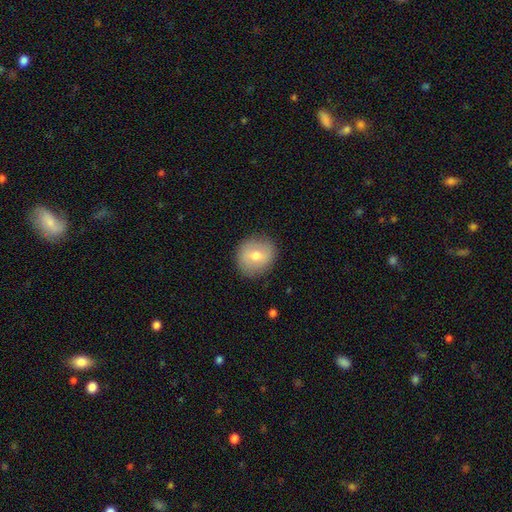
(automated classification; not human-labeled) smooth_or_featured: smooth (p=0.63) [alt: featured or disk p=0.28]
how_rounded: round (p=0.83) [alt: in between p=0.16]
merging: none (p=0.86) [alt: minor disturbance p=0.10]